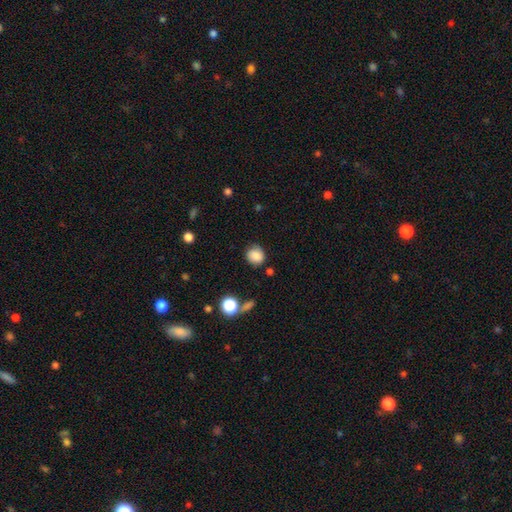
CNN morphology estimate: The model was most divided on "how rounded": round: 80%, in between: 19%, cigar-shaped: 1%. More confident: smooth or featured — smooth (84%); merging — none (78%).